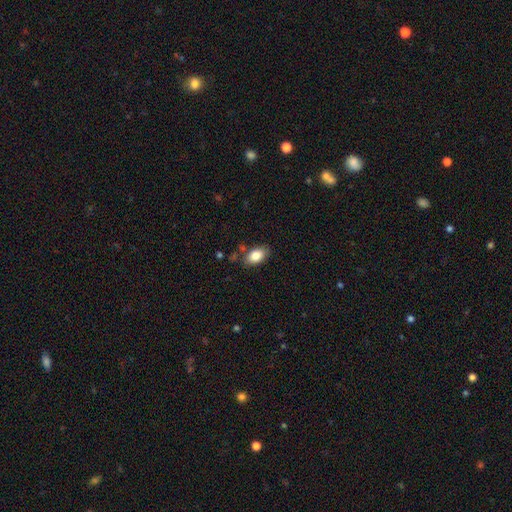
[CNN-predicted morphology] This is clearly a smooth galaxy (83%). How rounded: clearly in between (90%). Merging: likely none (76%).